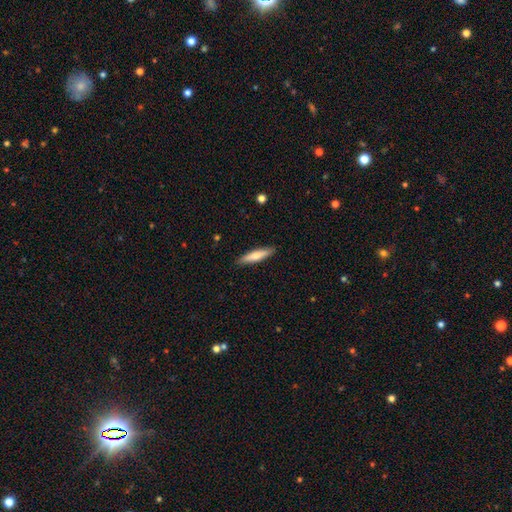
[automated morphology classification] This appears to be a smooth galaxy with no disk features (65%) that is cigar-shaped (82%). Merging: none (89%).